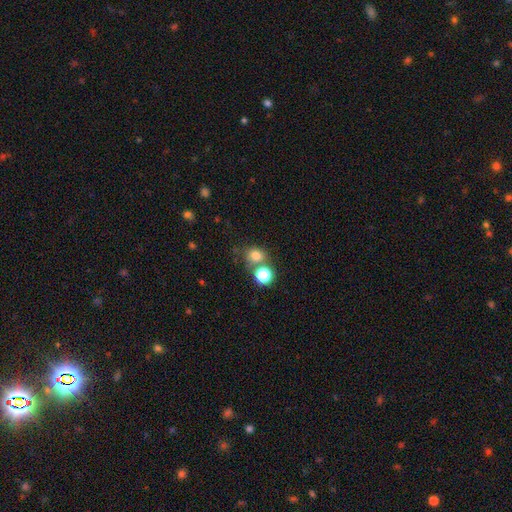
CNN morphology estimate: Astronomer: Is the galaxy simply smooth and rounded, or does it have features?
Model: smooth — 76%.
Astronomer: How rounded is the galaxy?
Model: round — 72%.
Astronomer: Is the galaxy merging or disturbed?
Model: none — 58%.